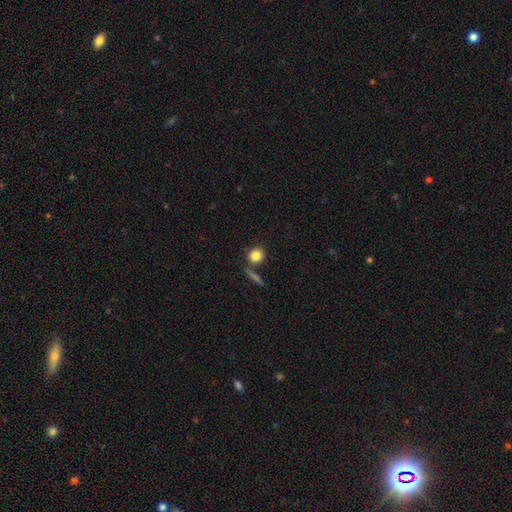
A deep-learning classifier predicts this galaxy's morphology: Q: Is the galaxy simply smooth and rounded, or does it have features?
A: smooth — 84%.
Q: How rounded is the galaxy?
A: round — 84%.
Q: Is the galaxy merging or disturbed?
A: none — 74%.